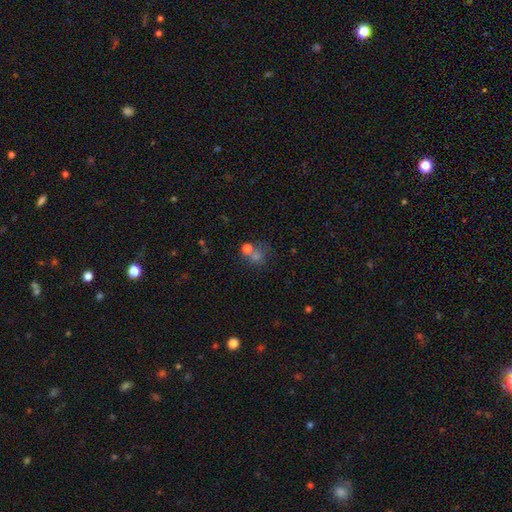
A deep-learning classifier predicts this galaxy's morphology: Smooth or featured?
  - smooth: 55% *
  - star or artifact: 31%
  - featured or disk: 14%
How rounded?
  - round: 81% *
  - in between: 18%
  - cigar-shaped: 1%
Merging?
  - none: 53% *
  - merger: 30%
  - minor disturbance: 10%
  - major disturbance: 7%